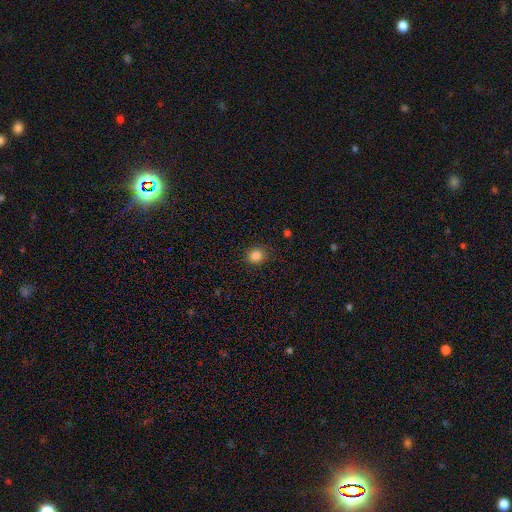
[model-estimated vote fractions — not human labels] Morphology: type=smooth (85%); roundness=round (82%); merging=none (88%).